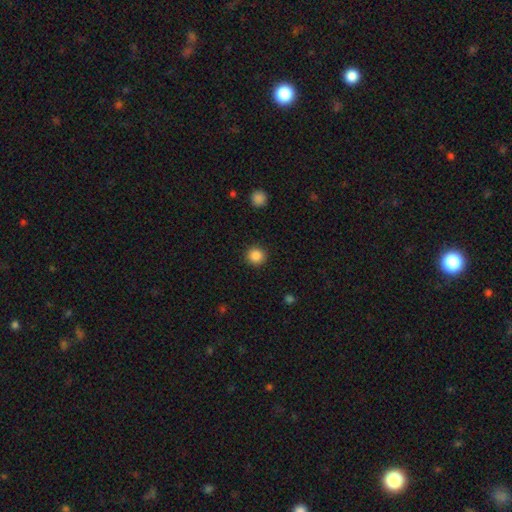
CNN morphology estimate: A smooth galaxy with no disk features (86%) that is round (94%). Merging: none (92%).